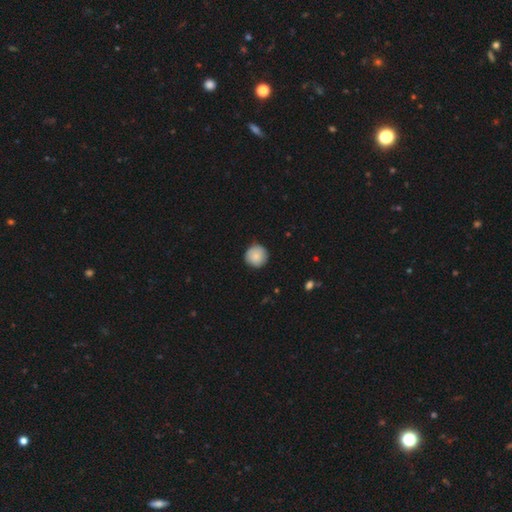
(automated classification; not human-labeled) smooth 86%, star or artifact 7%, featured or disk 6%. Down the decision tree: how rounded — round (95%); merging — none (88%).